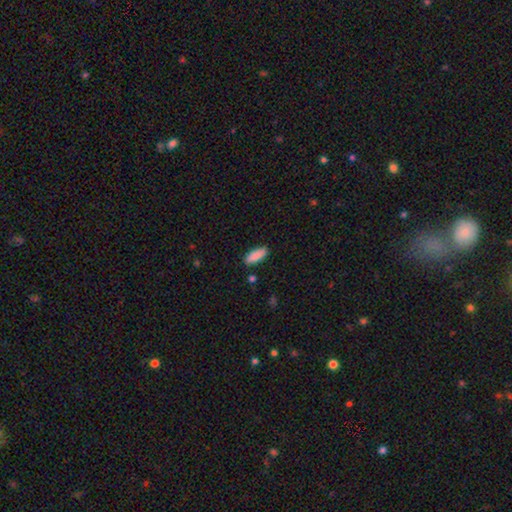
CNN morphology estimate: A smooth galaxy with no disk features (88%) that is in between round and cigar-shaped (71%). Merging: none (87%).